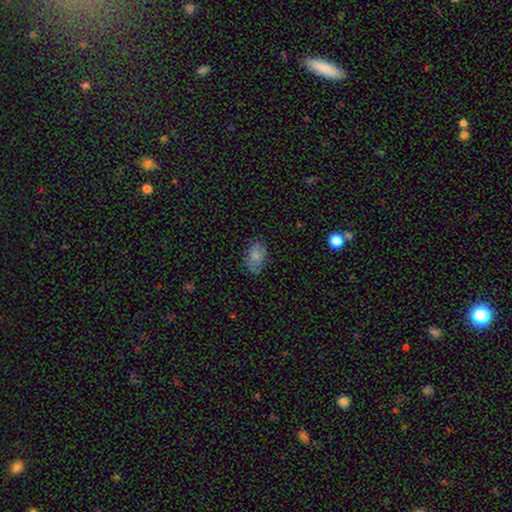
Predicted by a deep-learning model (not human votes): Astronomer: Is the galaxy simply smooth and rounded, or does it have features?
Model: smooth — 77%.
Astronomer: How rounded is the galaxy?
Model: in between — 88%.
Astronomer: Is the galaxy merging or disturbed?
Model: none — 71%.